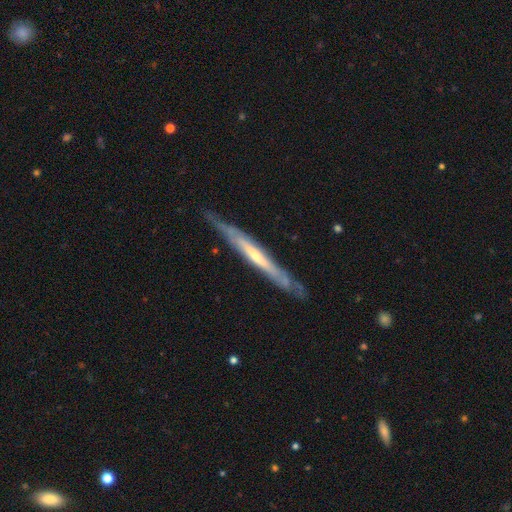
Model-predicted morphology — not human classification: This appears to be a featured or disk galaxy (69%) viewed edge-on (88%) with no central bulge (60%). Merging: none (69%).